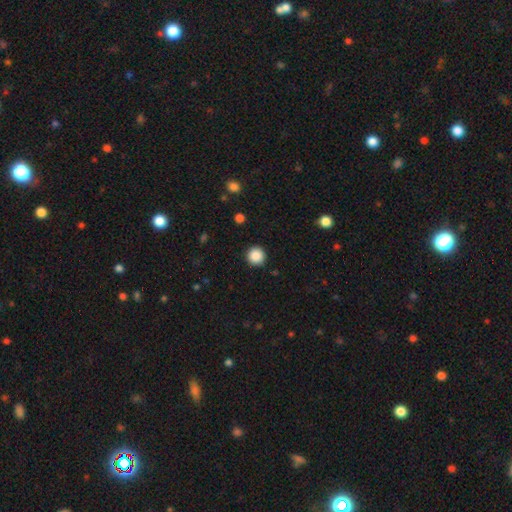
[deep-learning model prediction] Q: Smooth or featured?
A: smooth (88%); runner-up: star or artifact (9%)
Q: How rounded?
A: round (96%); runner-up: in between (3%)
Q: Merging?
A: none (92%); runner-up: minor disturbance (5%)